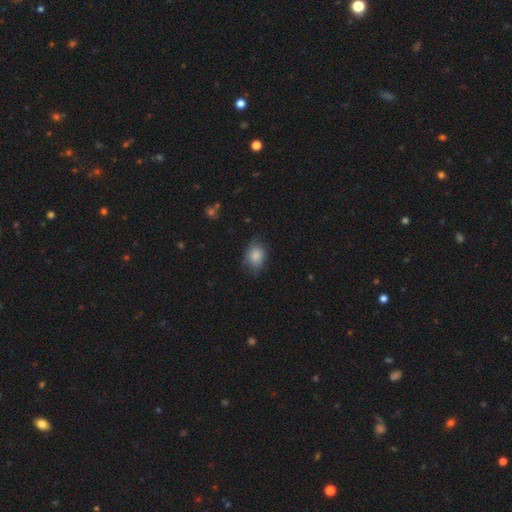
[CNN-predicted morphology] The model was most divided on "merging": none: 64%, minor disturbance: 28%, major disturbance: 7%, merger: 1%. More confident: smooth or featured — smooth (83%); how rounded — in between (75%).